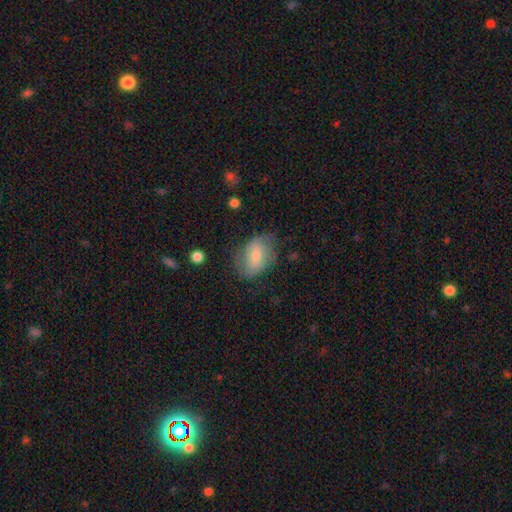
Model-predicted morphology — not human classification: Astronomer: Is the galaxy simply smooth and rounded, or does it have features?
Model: smooth — 58% (runner-up: featured or disk, 35%).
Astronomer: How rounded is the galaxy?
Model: in between — 80%.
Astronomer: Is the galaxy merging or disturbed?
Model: none — 64%.